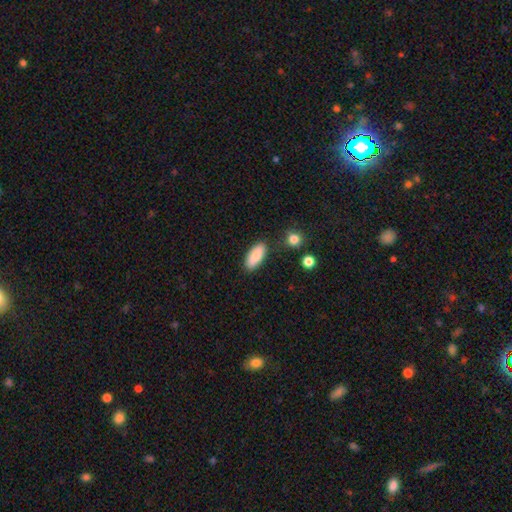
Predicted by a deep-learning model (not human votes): Q: Smooth or featured?
A: smooth (88%); runner-up: star or artifact (6%)
Q: How rounded?
A: in between (84%); runner-up: cigar-shaped (14%)
Q: Merging?
A: none (84%); runner-up: minor disturbance (10%)